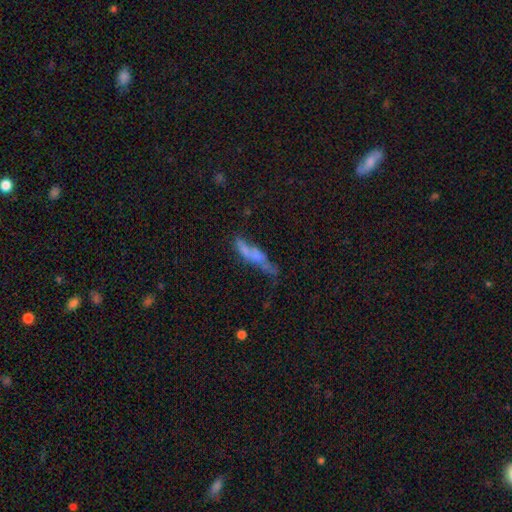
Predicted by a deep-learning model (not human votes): The model was most divided on "smooth or featured" (2-way tie): featured or disk: 41%, smooth: 41%, star or artifact: 18%. Remaining: merging — none (43%).